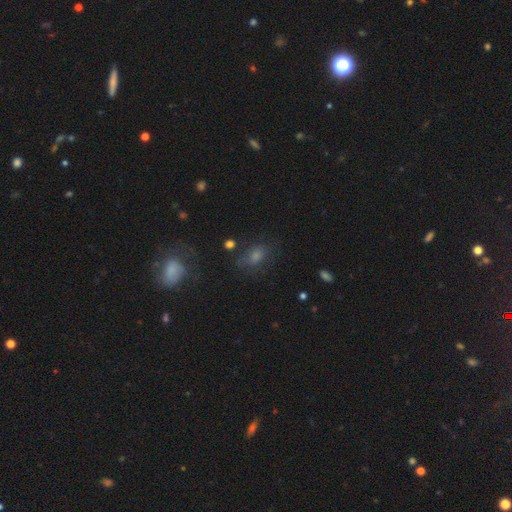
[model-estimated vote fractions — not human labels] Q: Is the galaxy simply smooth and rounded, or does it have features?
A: smooth — 51%.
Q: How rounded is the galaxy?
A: in between — 71%.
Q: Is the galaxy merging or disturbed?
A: none — 63%.